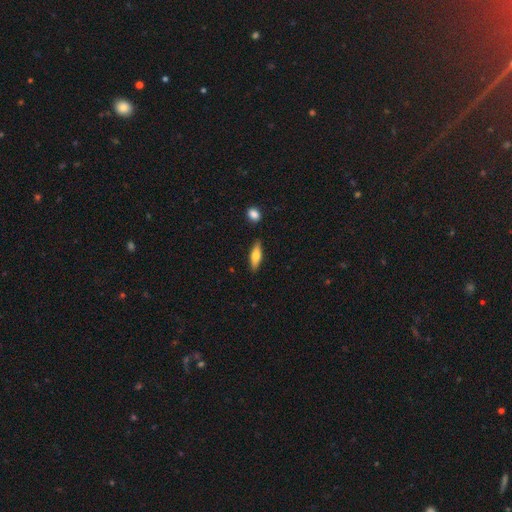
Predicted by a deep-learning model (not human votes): Smooth or featured? smooth (68%)
How rounded? cigar-shaped (51%)
Merging? none (86%)